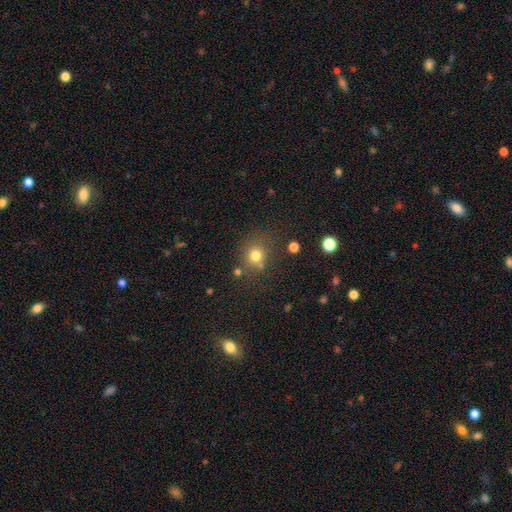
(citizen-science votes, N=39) smooth-or-featured: smooth: 87% | star or artifact: 8% | featured or disk: 5%
  how-rounded: round: 97% | in between: 3% | cigar-shaped: 0%
  merging: none: 78% | minor disturbance: 8% | major disturbance: 8% | merger: 6%